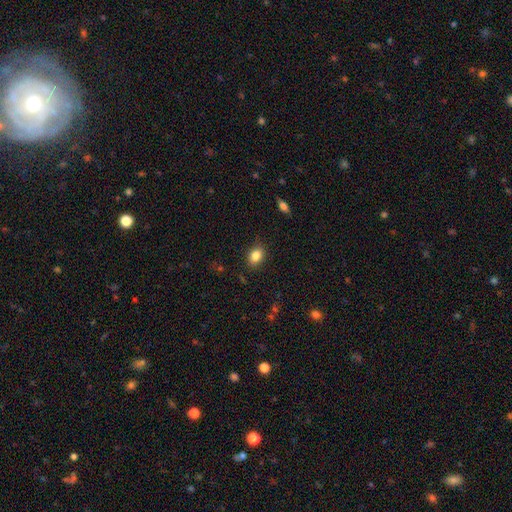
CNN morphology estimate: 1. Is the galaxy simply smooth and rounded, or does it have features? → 84% smooth, 9% star or artifact, 7% featured or disk.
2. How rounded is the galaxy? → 71% in between, 28% round, 1% cigar-shaped.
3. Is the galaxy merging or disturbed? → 85% none, 11% minor disturbance, 3% major disturbance, 1% merger.